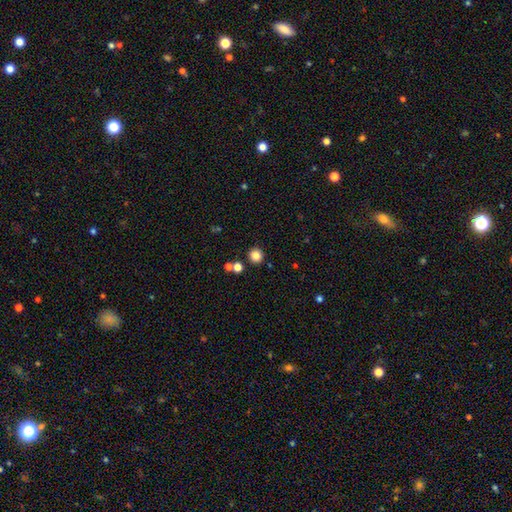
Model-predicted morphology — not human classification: Q: Smooth or featured?
A: smooth (83%); runner-up: star or artifact (13%)
Q: How rounded?
A: round (93%); runner-up: in between (6%)
Q: Merging?
A: none (88%); runner-up: minor disturbance (6%)